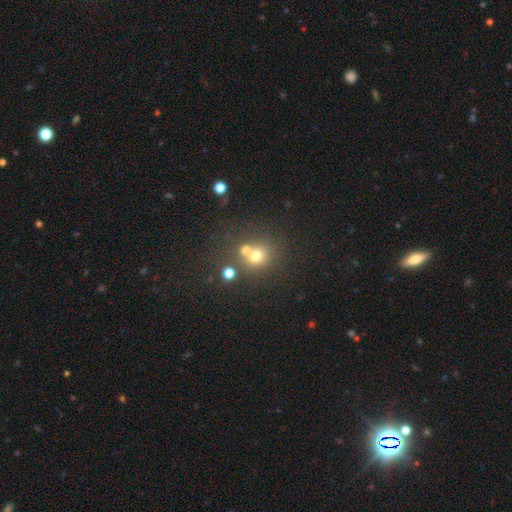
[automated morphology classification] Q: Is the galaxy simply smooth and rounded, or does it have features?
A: smooth — 68%.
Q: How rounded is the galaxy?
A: round — 82%.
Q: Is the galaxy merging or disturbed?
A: none — 49%.